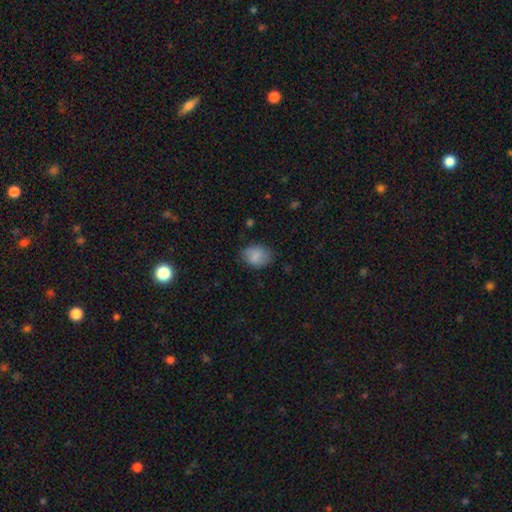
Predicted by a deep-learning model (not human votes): Smooth or featured? smooth (82%)
How rounded? in between (66%)
Merging? none (72%)